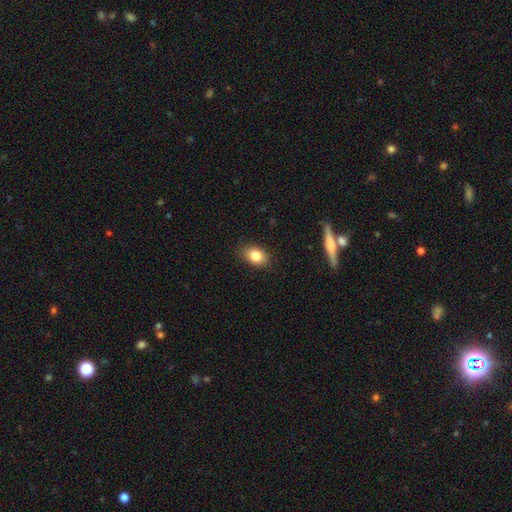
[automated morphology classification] This is clearly a smooth galaxy (83%). How rounded: likely in between (77%). Merging: clearly none (85%).